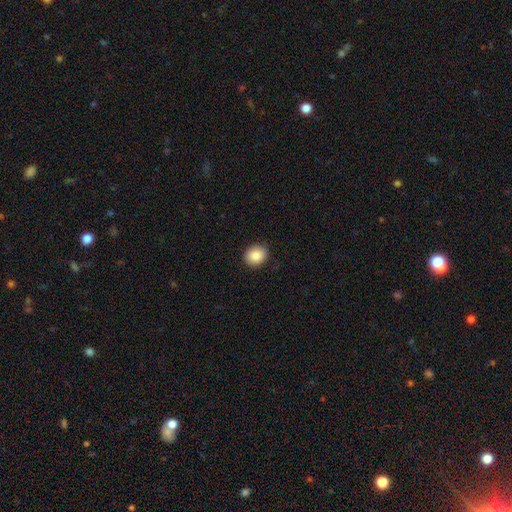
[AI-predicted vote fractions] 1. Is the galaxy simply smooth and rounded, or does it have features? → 87% smooth, 8% star or artifact, 4% featured or disk.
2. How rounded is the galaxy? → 64% round, 35% in between, 1% cigar-shaped.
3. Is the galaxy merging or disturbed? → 88% none, 9% minor disturbance, 2% major disturbance, 1% merger.